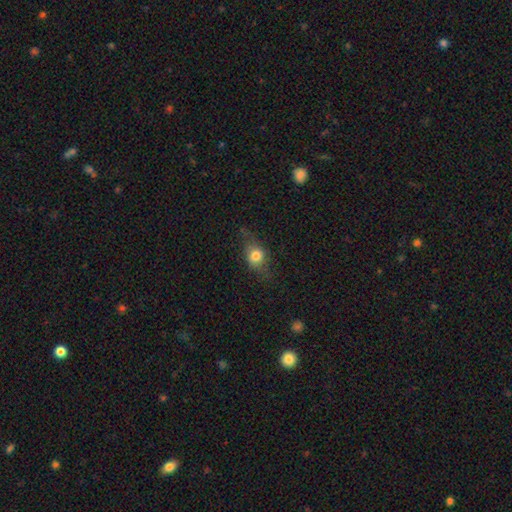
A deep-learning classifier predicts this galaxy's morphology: This appears to be a smooth galaxy with no disk features (68%) that is round (54%). Merging: none (64%).